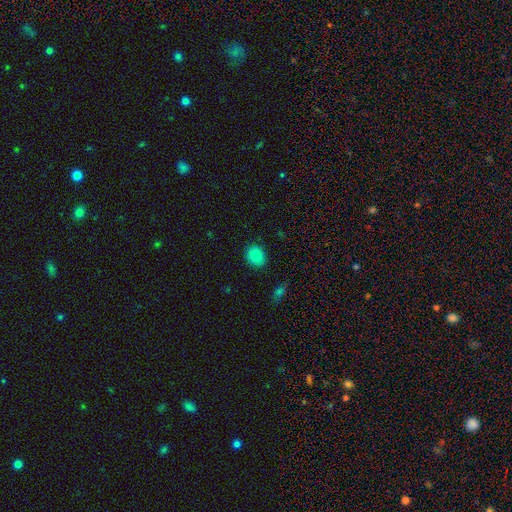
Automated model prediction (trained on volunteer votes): Morphology: type=smooth (85%); roundness=round (58%); merging=none (88%).